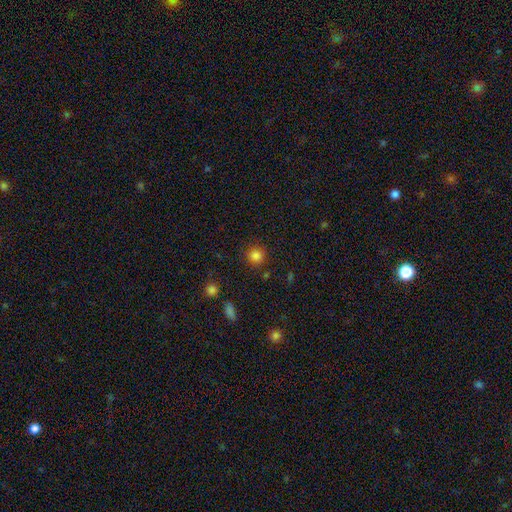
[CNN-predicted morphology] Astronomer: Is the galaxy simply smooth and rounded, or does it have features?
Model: smooth — 83%.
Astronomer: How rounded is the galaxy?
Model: round — 92%.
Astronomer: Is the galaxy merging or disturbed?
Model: none — 87%.